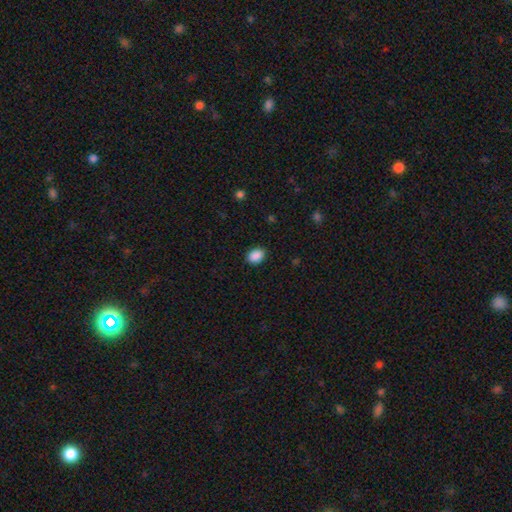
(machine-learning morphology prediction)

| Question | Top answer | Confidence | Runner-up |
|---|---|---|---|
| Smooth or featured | smooth | 90% | star or artifact (8%) |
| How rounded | in between | 73% | round (26%) |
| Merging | none | 88% | minor disturbance (9%) |